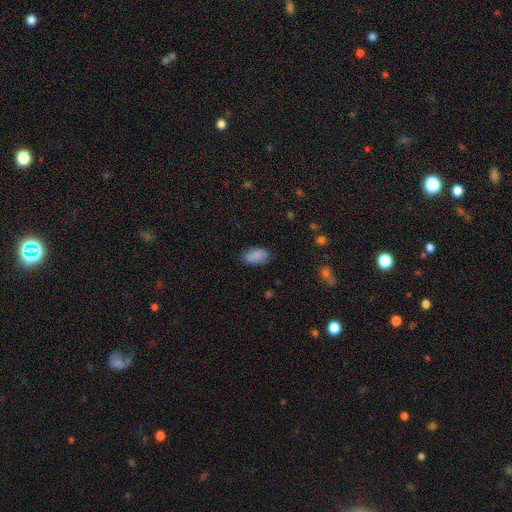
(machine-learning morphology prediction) Q: Smooth or featured?
A: smooth (86%); runner-up: star or artifact (8%)
Q: How rounded?
A: in between (93%); runner-up: round (5%)
Q: Merging?
A: none (75%); runner-up: minor disturbance (19%)